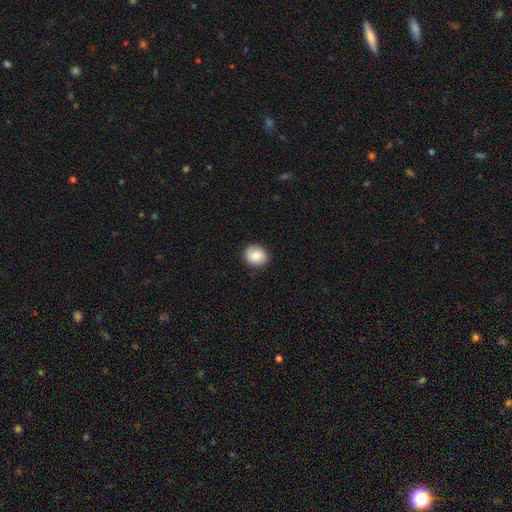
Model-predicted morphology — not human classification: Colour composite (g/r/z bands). It shows a smooth galaxy with no disk features (81%) that is round (69%). Merging: none (86%).